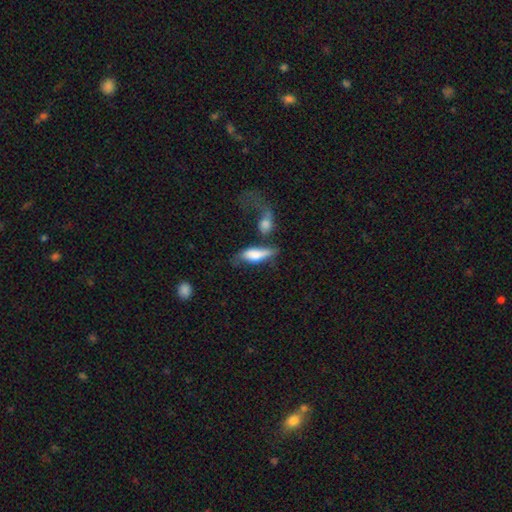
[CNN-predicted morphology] type=smooth (68%); roundness=in between (64%); merging=merger (29%).